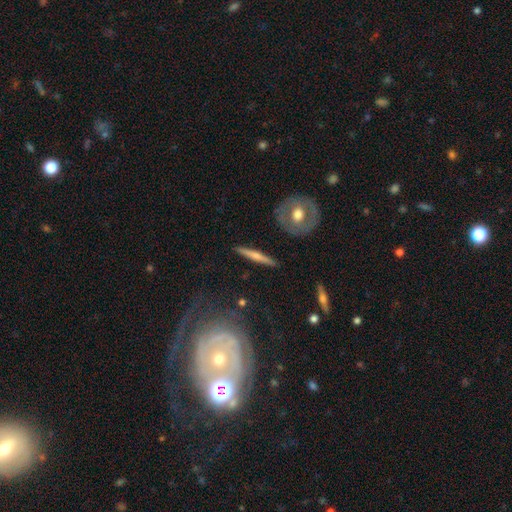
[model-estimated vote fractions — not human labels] smooth_or_featured: featured or disk (p=0.50) [alt: smooth p=0.44]
disk_edge_on: yes (p=0.95) [alt: no p=0.05]
merging: none (p=0.91) [alt: minor disturbance p=0.06]